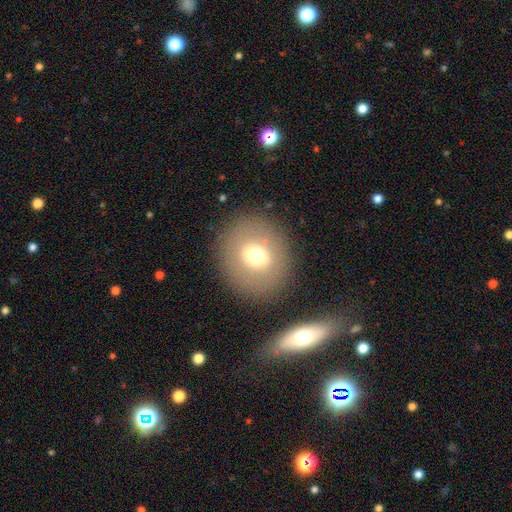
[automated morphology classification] type=smooth (65%); roundness=round (82%); merging=none (86%).